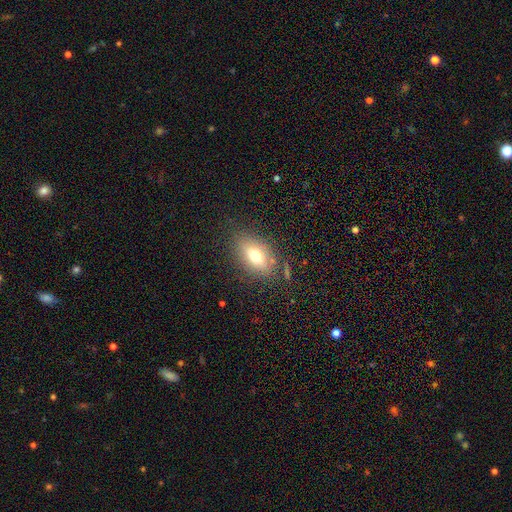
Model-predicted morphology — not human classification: smooth 66%, featured or disk 22%, star or artifact 12%. Down the decision tree: how rounded — in between (82%); merging — none (77%).